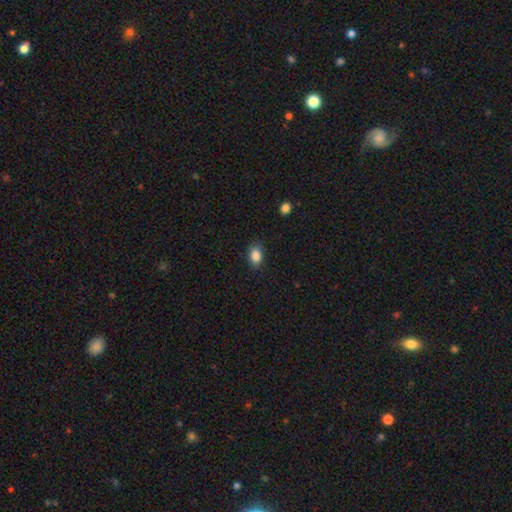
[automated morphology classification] The model was most divided on "how rounded": in between: 81%, round: 18%, cigar-shaped: 2%. More confident: smooth or featured — smooth (87%); merging — none (83%).